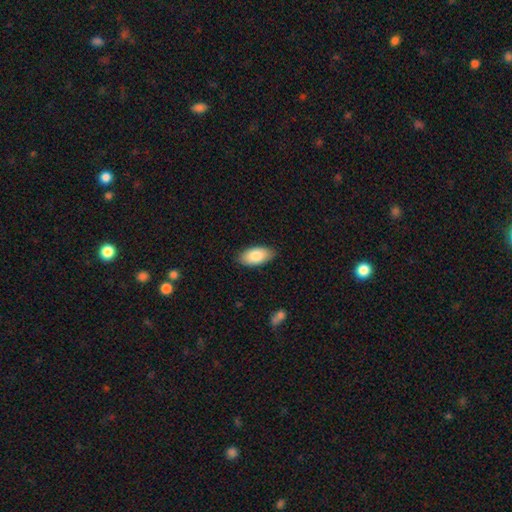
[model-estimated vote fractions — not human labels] Overall: smooth (84%). How rounded: in between (94%). Merging: none (86%).